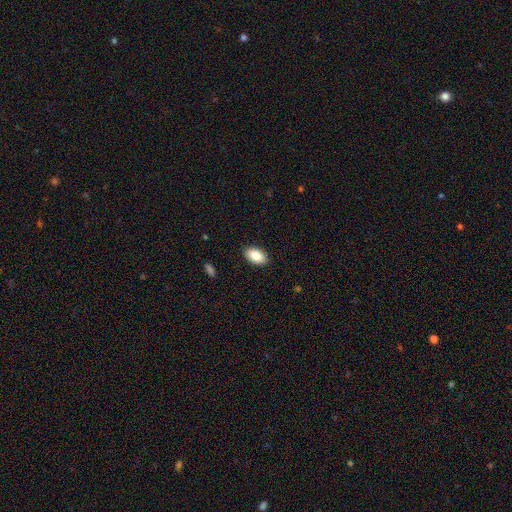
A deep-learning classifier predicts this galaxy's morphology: This appears to be a smooth galaxy with no disk features (87%) that is in between round and cigar-shaped (94%). Merging: none (89%).